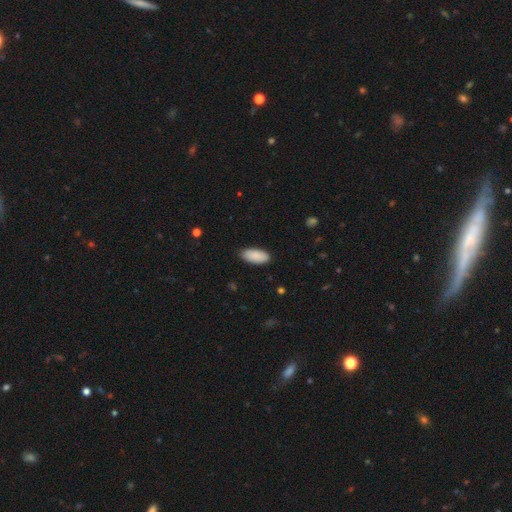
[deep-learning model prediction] Smooth or featured? Predicted: smooth (p=0.90). How rounded? Predicted: in between (p=0.91). Merging? Predicted: none (p=0.87).